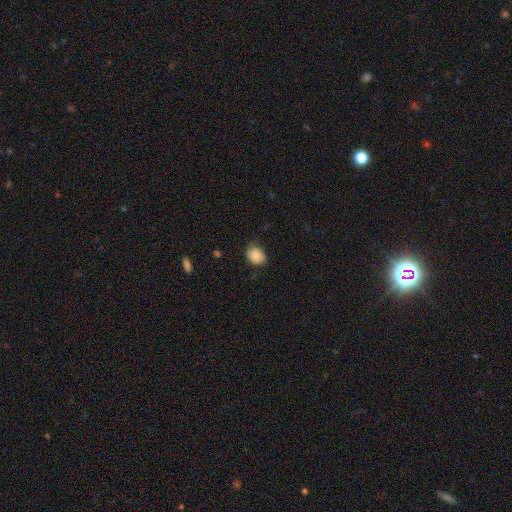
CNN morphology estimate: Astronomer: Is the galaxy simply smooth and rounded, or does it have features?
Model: smooth — 82%.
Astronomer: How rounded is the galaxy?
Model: round — 50% (runner-up: in between, 49%).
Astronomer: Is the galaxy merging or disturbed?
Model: none — 59%.